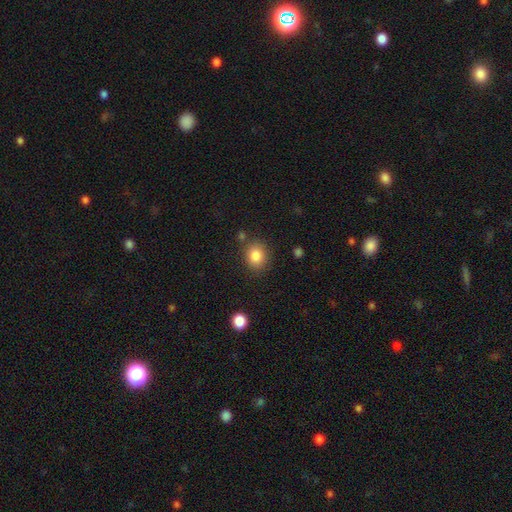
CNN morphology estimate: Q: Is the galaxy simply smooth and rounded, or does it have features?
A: smooth — 85%.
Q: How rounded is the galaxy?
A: round — 70%.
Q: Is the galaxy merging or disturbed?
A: none — 80%.